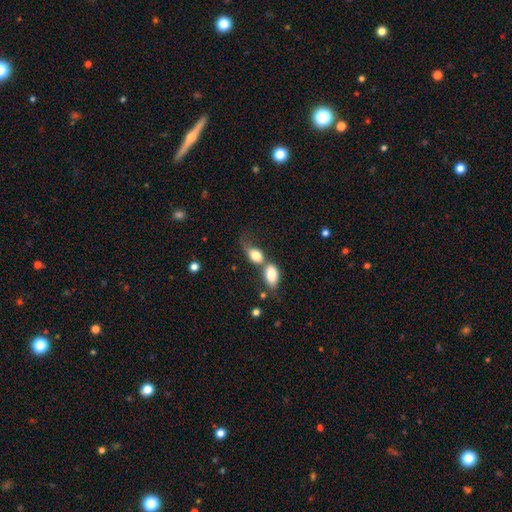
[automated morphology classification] The model was most divided on "merging": merger: 60%, none: 16%, major disturbance: 14%, minor disturbance: 10%. More confident: smooth or featured — smooth (79%); how rounded — in between (79%).